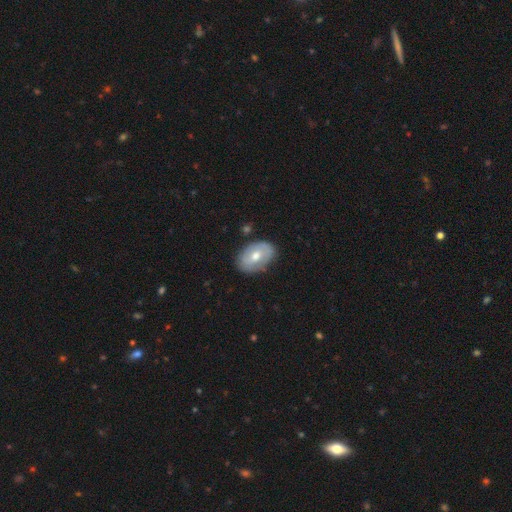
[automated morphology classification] Overall: smooth (50%; featured or disk 43%). How rounded: in between (85%). Merging: none (79%).